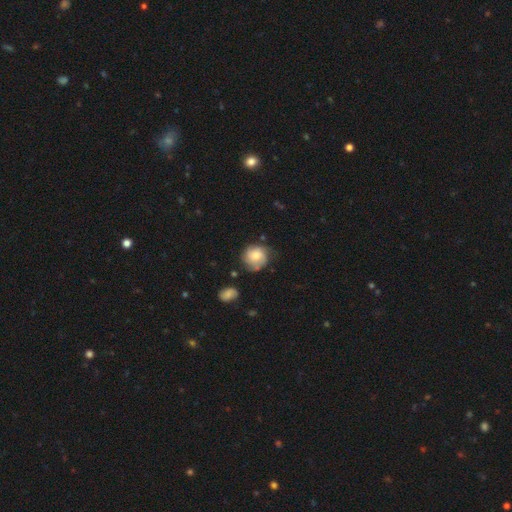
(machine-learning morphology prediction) This is possibly a smooth galaxy (53%). How rounded: clearly round (83%). Merging: likely none (61%).